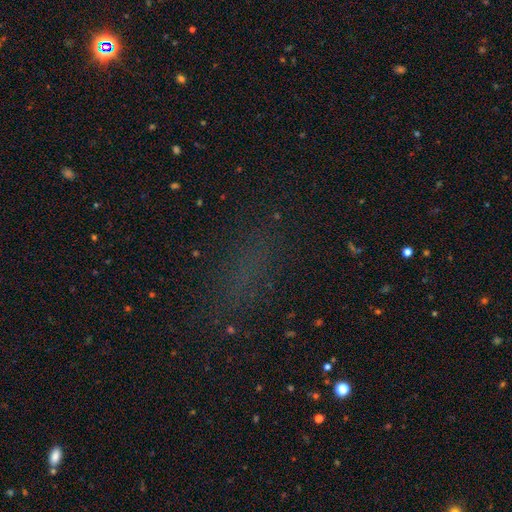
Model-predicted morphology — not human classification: Smooth or featured?
  - star or artifact: 44% *
  - smooth: 43%
  - featured or disk: 14%